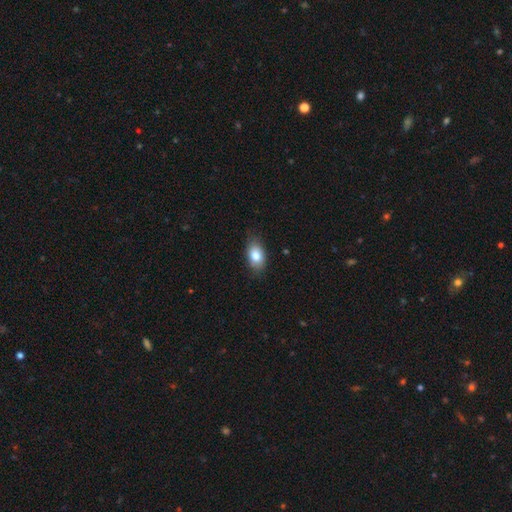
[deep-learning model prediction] Smooth or featured: smooth — 81% (featured or disk — 12%)
How rounded: in between — 87% (round — 11%)
Merging: none — 80% (minor disturbance — 16%)